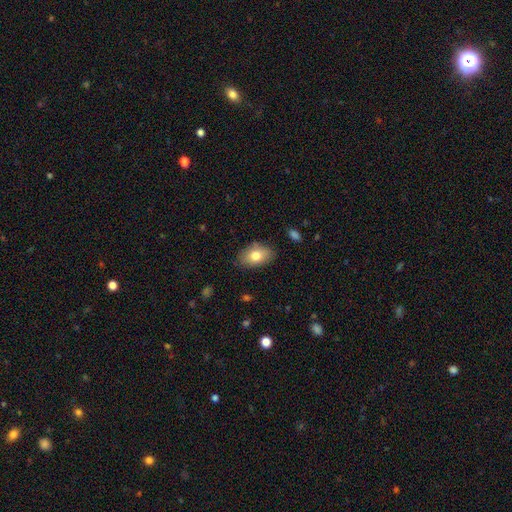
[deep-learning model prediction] A smooth galaxy with no disk features (78%) that is in between round and cigar-shaped (89%).

Vote fractions:
- Smooth or featured? smooth: 78% / featured or disk: 15% / star or artifact: 7%
- How rounded? in between: 89% / round: 10% / cigar-shaped: 1%
- Merging? none: 83% / minor disturbance: 13% / major disturbance: 3% / merger: 1%